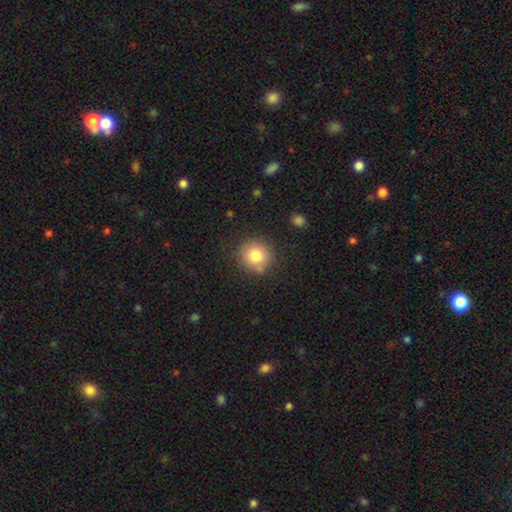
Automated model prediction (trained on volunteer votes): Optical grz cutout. It shows a smooth galaxy with no disk features (80%) that is round (91%). Merging: none (83%).